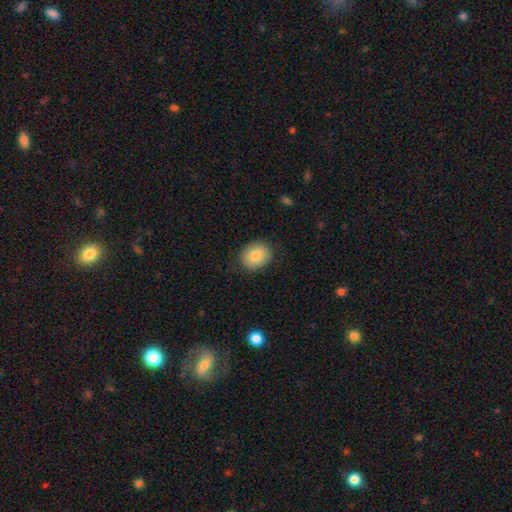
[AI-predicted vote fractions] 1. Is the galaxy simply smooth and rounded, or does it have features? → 84% smooth, 9% featured or disk, 8% star or artifact.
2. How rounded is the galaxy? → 55% round, 44% in between, 1% cigar-shaped.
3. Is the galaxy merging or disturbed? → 85% none, 11% minor disturbance, 3% major disturbance, 1% merger.